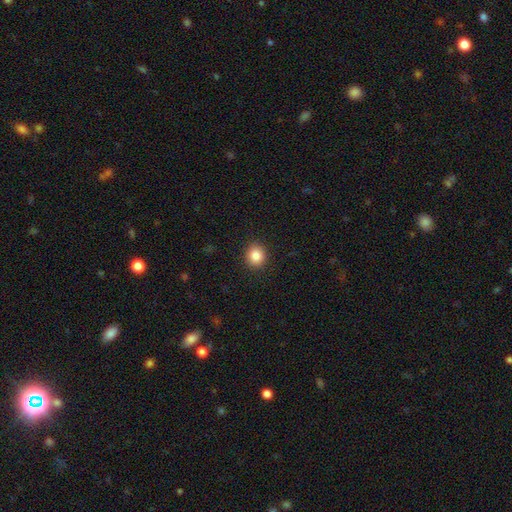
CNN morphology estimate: This is clearly a smooth galaxy (86%). How rounded: likely round (79%). Merging: clearly none (91%).